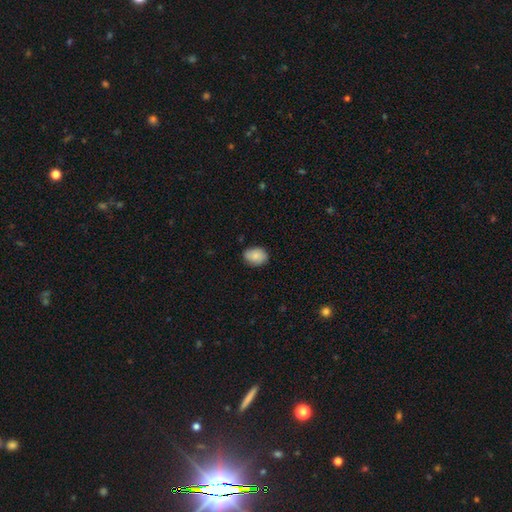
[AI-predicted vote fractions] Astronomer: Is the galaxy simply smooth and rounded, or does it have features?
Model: smooth — 86%.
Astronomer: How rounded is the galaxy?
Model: in between — 72%.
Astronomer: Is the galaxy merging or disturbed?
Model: none — 82%.